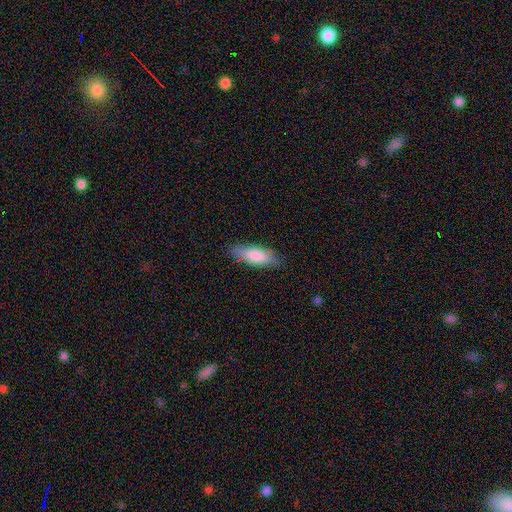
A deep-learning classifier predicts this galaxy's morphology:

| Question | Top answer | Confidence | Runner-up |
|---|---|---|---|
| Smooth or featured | smooth | 81% | featured or disk (13%) |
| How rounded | in between | 65% | cigar-shaped (33%) |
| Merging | none | 79% | minor disturbance (17%) |